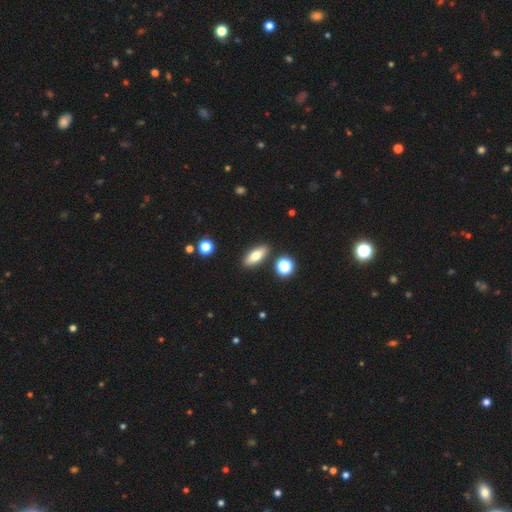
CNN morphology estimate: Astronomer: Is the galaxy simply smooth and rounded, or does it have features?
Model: smooth — 72%.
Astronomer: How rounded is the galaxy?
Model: in between — 71%.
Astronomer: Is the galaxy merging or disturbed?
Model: none — 86%.